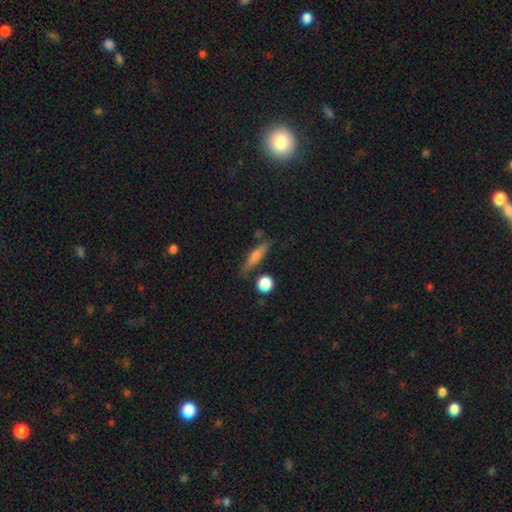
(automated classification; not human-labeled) A smooth galaxy with no disk features (54%) that is cigar-shaped (74%).

Vote fractions:
- Smooth or featured? smooth: 54% / featured or disk: 36% / star or artifact: 10%
- How rounded? cigar-shaped: 74% / in between: 21% / round: 6%
- Merging? none: 75% / minor disturbance: 15% / merger: 5% / major disturbance: 4%